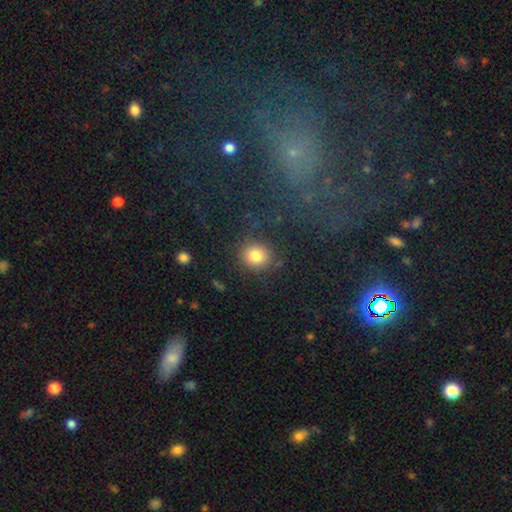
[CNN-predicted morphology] This is clearly a smooth galaxy (81%). How rounded: clearly round (80%). Merging: clearly none (80%).